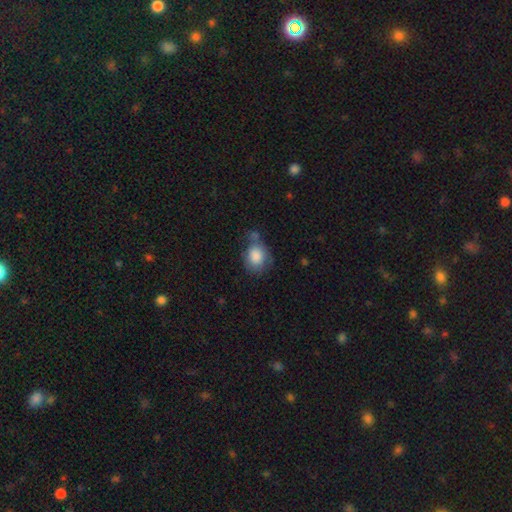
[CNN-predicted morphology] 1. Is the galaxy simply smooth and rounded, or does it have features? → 84% smooth, 9% featured or disk, 7% star or artifact.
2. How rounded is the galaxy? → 53% round, 46% in between, 1% cigar-shaped.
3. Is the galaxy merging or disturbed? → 46% none, 28% minor disturbance, 13% merger, 12% major disturbance.